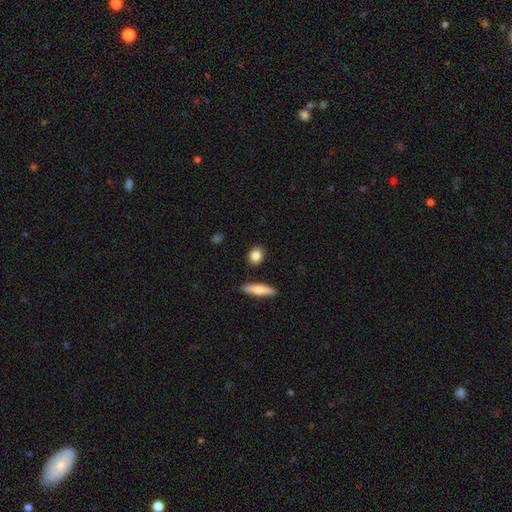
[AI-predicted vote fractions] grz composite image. It shows a smooth galaxy with no disk features (84%) that is in between round and cigar-shaped (49%). Merging: none (87%).